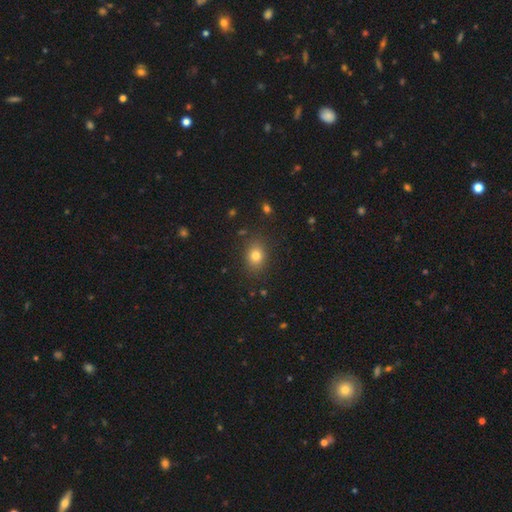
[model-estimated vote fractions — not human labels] Overall: smooth (78%). How rounded: in between (57%; round 42%). Merging: none (85%).